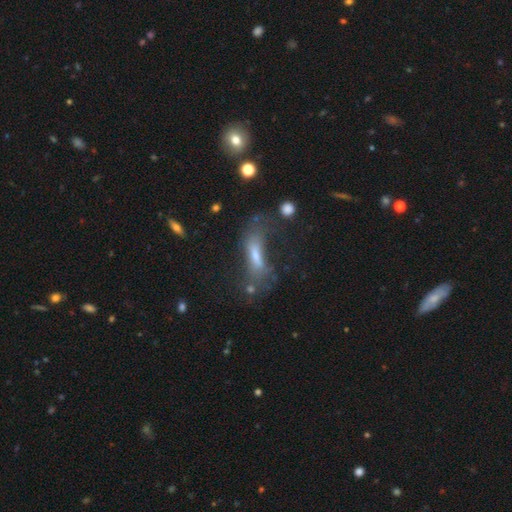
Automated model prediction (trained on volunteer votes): Morphology: type=featured or disk (43%); merging=none (38%).